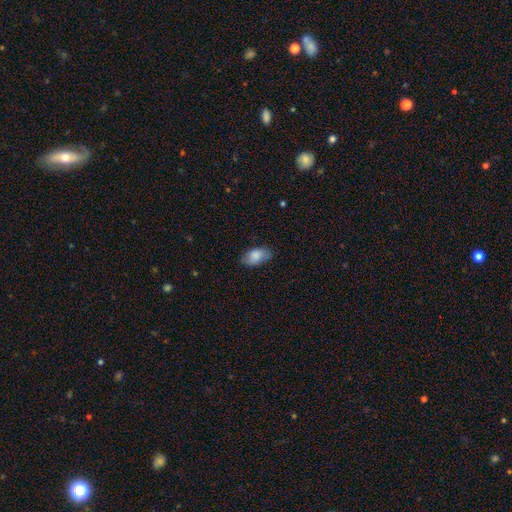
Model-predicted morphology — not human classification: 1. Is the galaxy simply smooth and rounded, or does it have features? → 83% smooth, 10% featured or disk, 7% star or artifact.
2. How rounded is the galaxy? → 92% in between, 5% round, 2% cigar-shaped.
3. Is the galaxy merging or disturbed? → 74% none, 20% minor disturbance, 4% major disturbance, 1% merger.